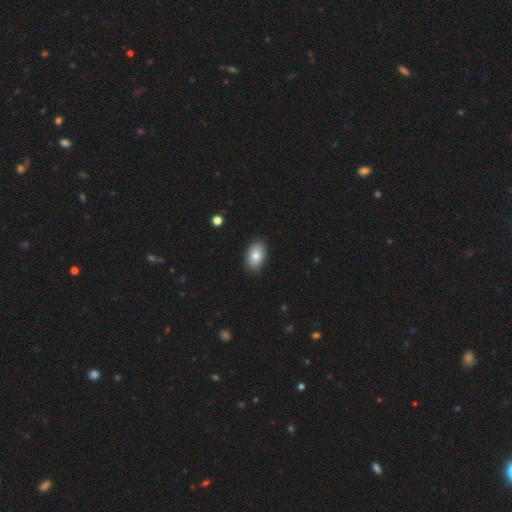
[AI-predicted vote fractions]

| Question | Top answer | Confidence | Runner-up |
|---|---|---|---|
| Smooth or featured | smooth | 81% | featured or disk (11%) |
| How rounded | in between | 90% | round (9%) |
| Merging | none | 87% | minor disturbance (10%) |